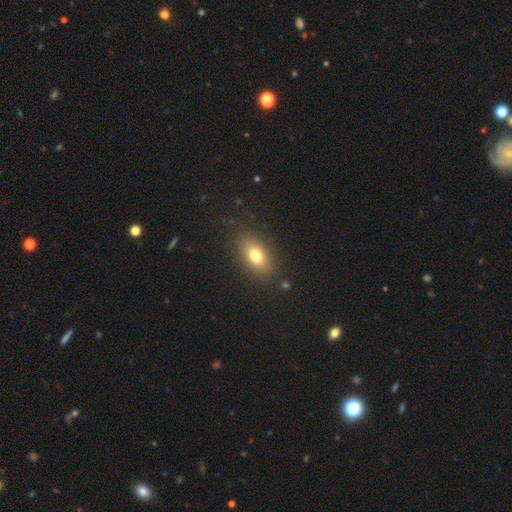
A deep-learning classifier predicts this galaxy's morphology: Smooth or featured: smooth — 75% (featured or disk — 14%)
How rounded: in between — 83% (round — 11%)
Merging: none — 85% (minor disturbance — 10%)